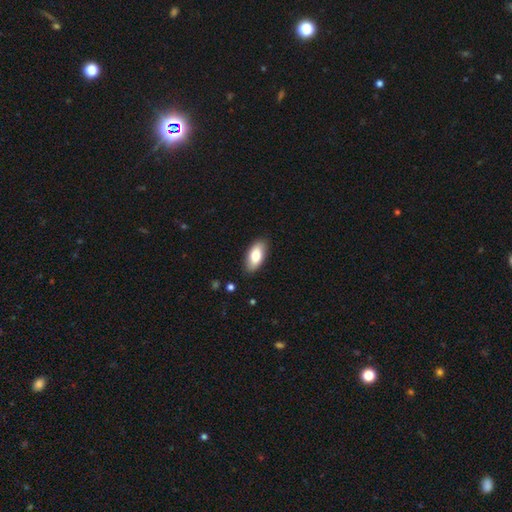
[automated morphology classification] Overall: smooth (77%). How rounded: in between (90%). Merging: none (87%).